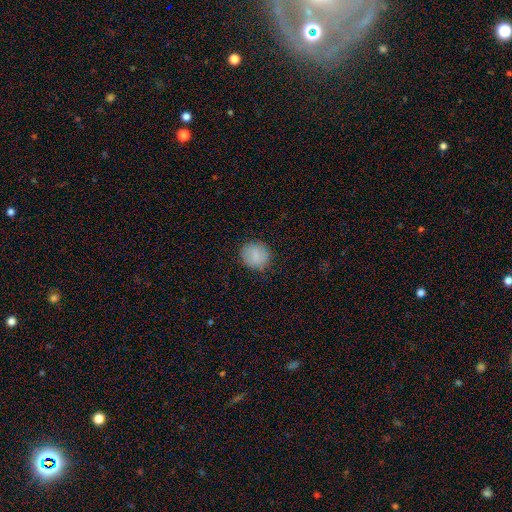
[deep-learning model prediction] smooth-or-featured: smooth: 82% | featured or disk: 11% | star or artifact: 8%
  how-rounded: round: 84% | in between: 15% | cigar-shaped: 1%
  merging: none: 81% | minor disturbance: 14% | major disturbance: 4% | merger: 1%